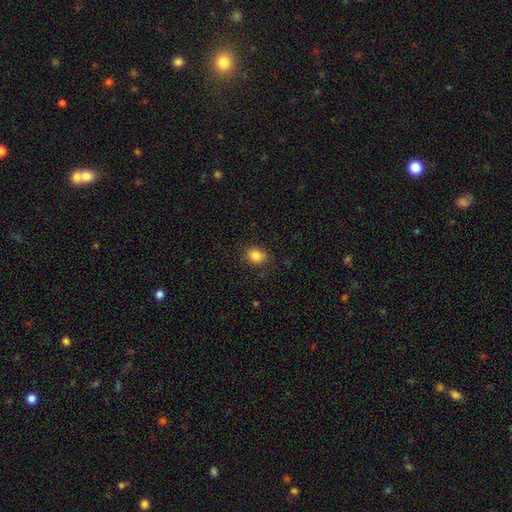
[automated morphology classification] The model was most divided on "how rounded": round: 50%, in between: 49%, cigar-shaped: 1%. More confident: smooth or featured — smooth (85%); merging — none (83%).